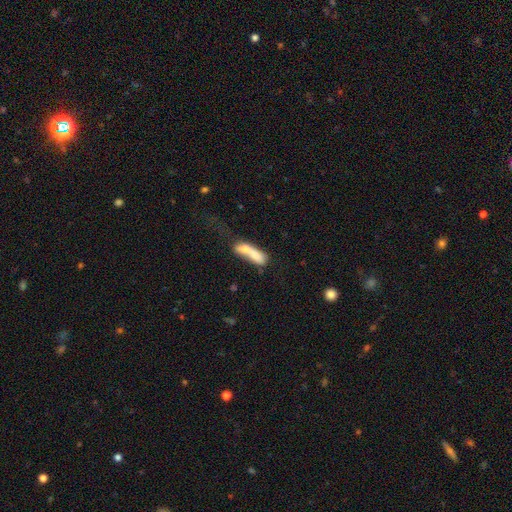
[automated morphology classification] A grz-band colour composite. It shows a smooth galaxy with no disk features (67%) that is in between round and cigar-shaped (52%). Merging: merger (59%).